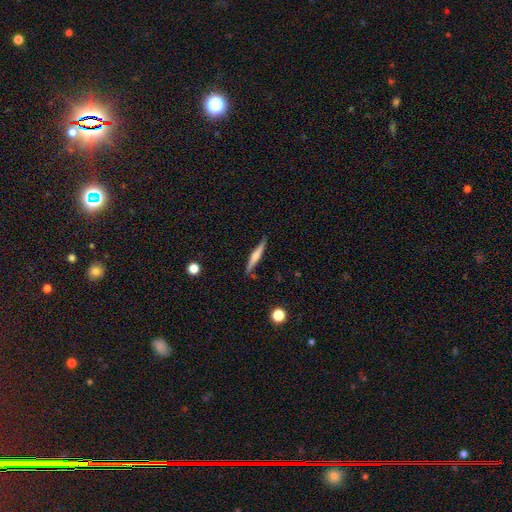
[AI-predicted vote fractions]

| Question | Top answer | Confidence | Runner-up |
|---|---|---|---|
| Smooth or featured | featured or disk | 54% | smooth (40%) |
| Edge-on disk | yes | 96% | no (4%) |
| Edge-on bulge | rounded | 64% | none (20%) |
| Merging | none | 84% | minor disturbance (12%) |